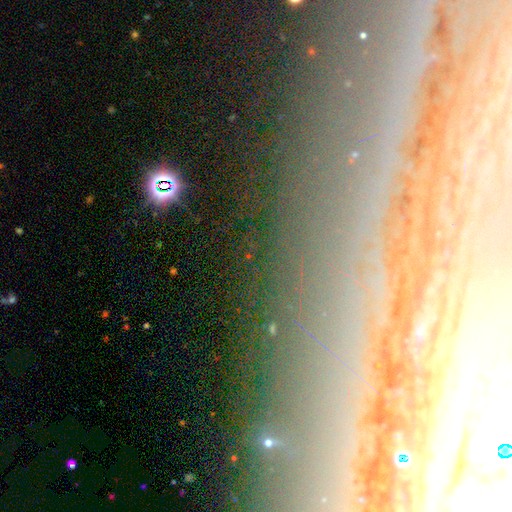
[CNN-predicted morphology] Overall: featured or disk (47%; star or artifact 34%). Merging: none (81%).